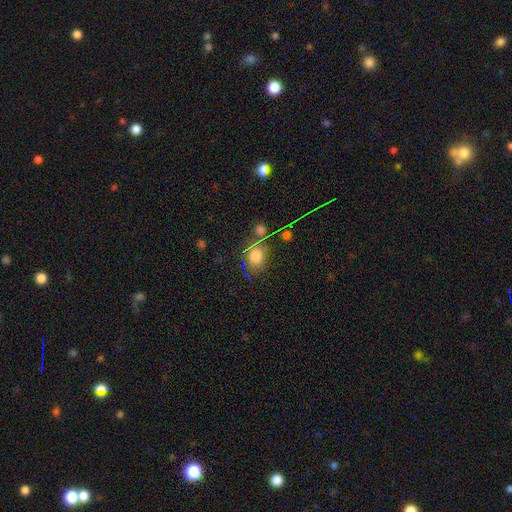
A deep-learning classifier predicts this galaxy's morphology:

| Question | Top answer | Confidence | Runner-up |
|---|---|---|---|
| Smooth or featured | smooth | 73% | star or artifact (18%) |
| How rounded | round | 53% | in between (46%) |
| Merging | none | 69% | minor disturbance (15%) |